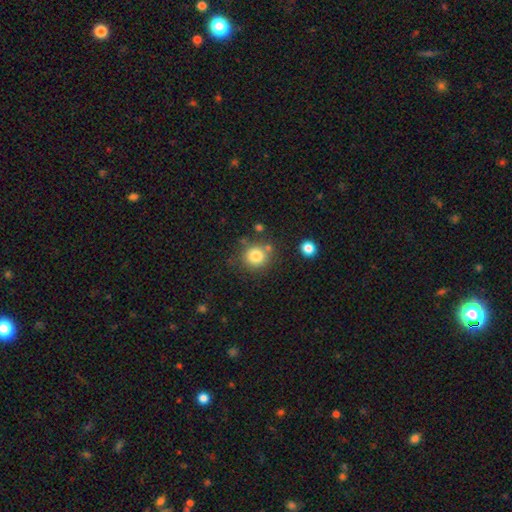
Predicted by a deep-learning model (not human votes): smooth 81%, star or artifact 11%, featured or disk 8%. Down the decision tree: how rounded — round (91%); merging — none (76%).